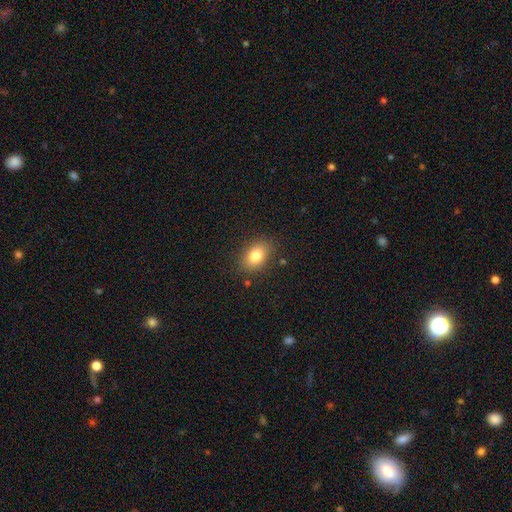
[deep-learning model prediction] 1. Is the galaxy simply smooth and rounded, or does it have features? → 81% smooth, 11% featured or disk, 9% star or artifact.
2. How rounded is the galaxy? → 83% in between, 16% round, 2% cigar-shaped.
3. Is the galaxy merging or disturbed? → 84% none, 11% minor disturbance, 3% major disturbance, 2% merger.